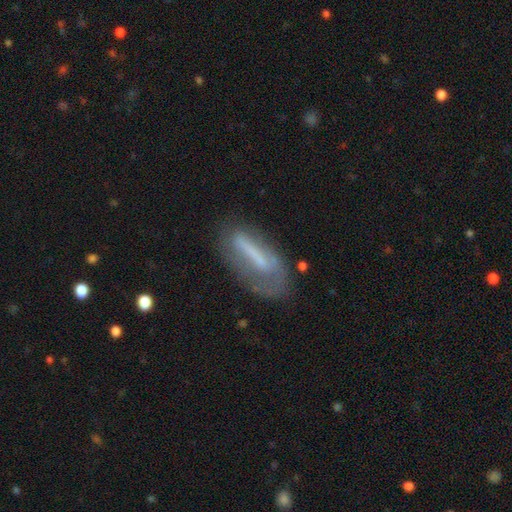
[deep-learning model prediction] Morphology: type=featured or disk (47%); merging=none (49%).